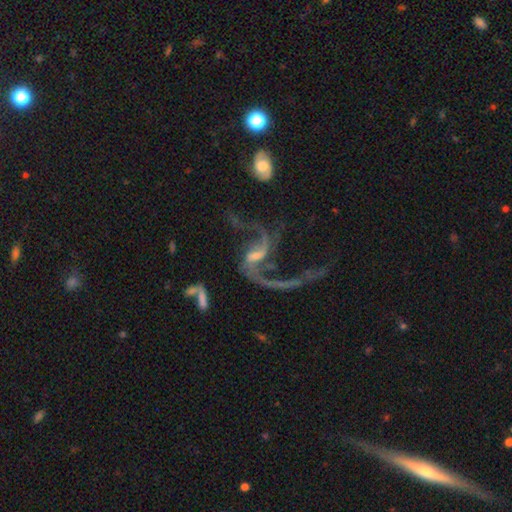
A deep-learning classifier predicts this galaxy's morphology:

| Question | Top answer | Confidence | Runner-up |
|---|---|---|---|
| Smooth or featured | featured or disk | 88% | star or artifact (7%) |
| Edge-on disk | no | 97% | yes (3%) |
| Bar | weak | 50% | no (25%) |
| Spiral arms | yes | 94% | no (6%) |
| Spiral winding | loose | 84% | medium (13%) |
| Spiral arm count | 2 | 82% | 1 (6%) |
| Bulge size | small | 46% | moderate (32%) |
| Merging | none | 39% | major disturbance (37%) |